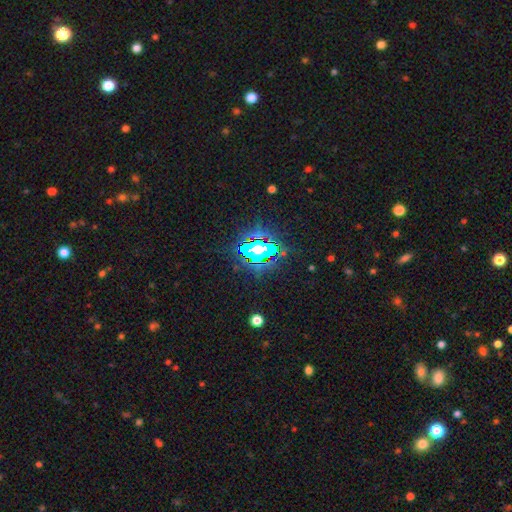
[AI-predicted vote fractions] A star or artifact, not a galaxy (64%).

Vote fractions:
- Smooth or featured? star or artifact: 64% / smooth: 23% / featured or disk: 13%